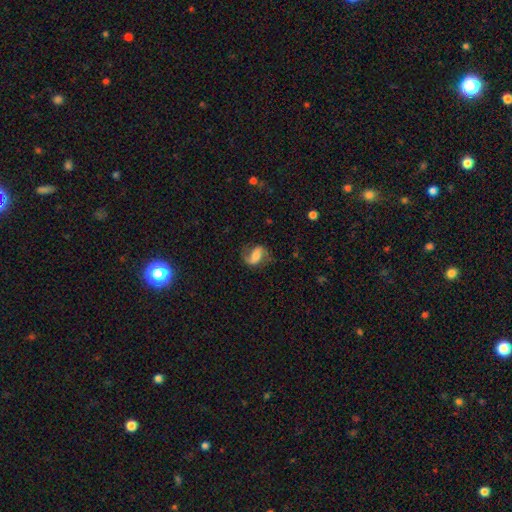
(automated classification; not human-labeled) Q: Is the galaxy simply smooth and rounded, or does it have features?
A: featured or disk — 68%.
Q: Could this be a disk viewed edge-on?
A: no — 97%.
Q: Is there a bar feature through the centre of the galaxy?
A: weak — 40%.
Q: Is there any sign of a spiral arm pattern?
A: yes — 93%.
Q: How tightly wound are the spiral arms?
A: loose — 52%.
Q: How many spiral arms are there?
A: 2 — 87%.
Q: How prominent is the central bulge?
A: moderate — 30%.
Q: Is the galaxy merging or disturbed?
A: none — 67%.